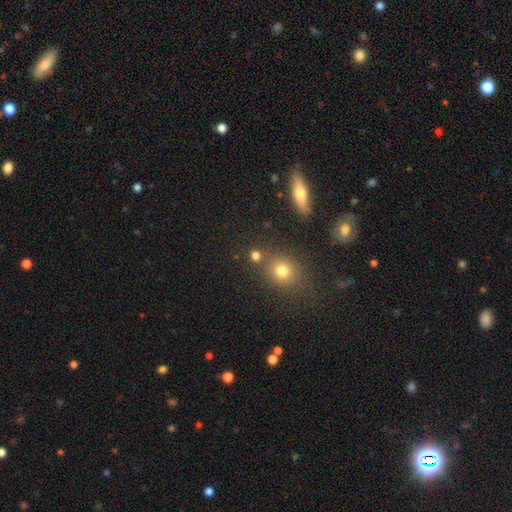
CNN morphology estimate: smooth-or-featured: smooth: 75% | star or artifact: 18% | featured or disk: 7%
  how-rounded: round: 86% | in between: 12% | cigar-shaped: 2%
  merging: none: 75% | merger: 14% | minor disturbance: 8% | major disturbance: 3%